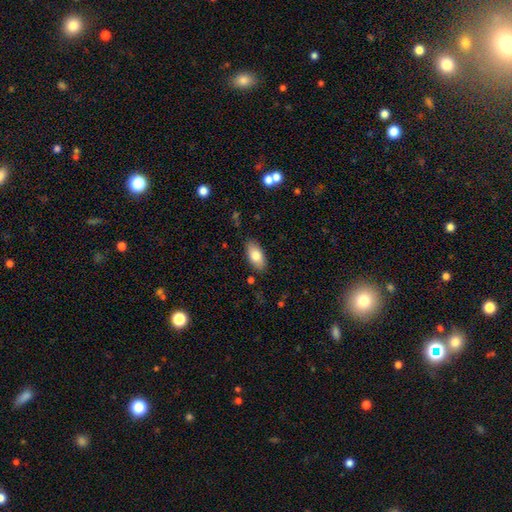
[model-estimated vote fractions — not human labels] The model was most divided on "smooth or featured": smooth: 80%, featured or disk: 13%, star or artifact: 7%. More confident: how rounded — in between (92%); merging — none (86%).